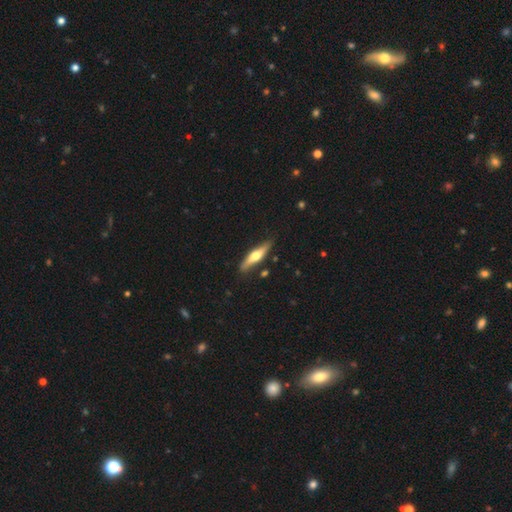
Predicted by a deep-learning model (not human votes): Smooth or featured? featured or disk (57%)
Edge-on disk? yes (92%)
Edge-on bulge? rounded (94%)
Merging? none (84%)